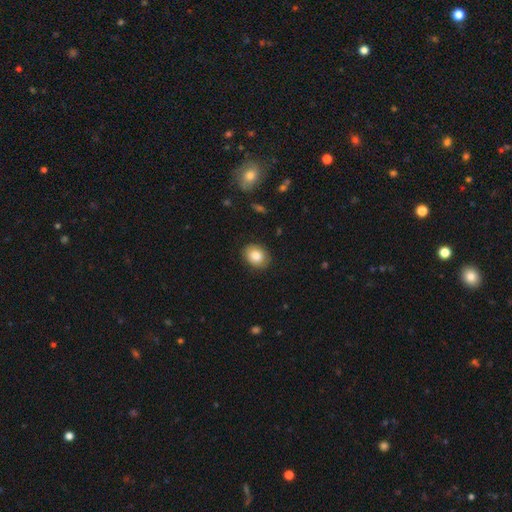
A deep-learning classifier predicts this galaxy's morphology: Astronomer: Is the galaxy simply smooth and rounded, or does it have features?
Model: smooth — 85%.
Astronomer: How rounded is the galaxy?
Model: in between — 57% (runner-up: round, 43%).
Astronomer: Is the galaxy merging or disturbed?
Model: none — 88%.